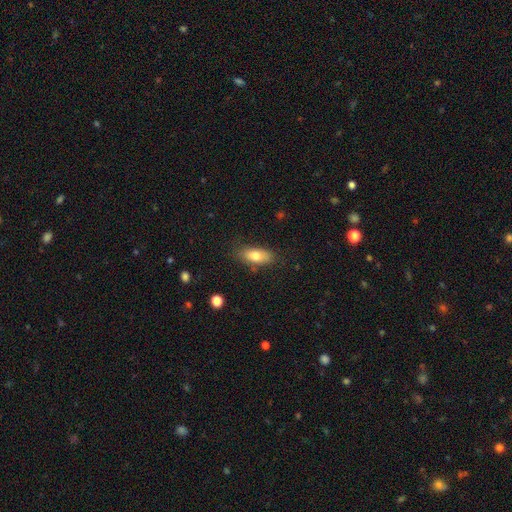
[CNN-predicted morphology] Overall: smooth (76%). How rounded: in between (83%). Merging: none (78%).